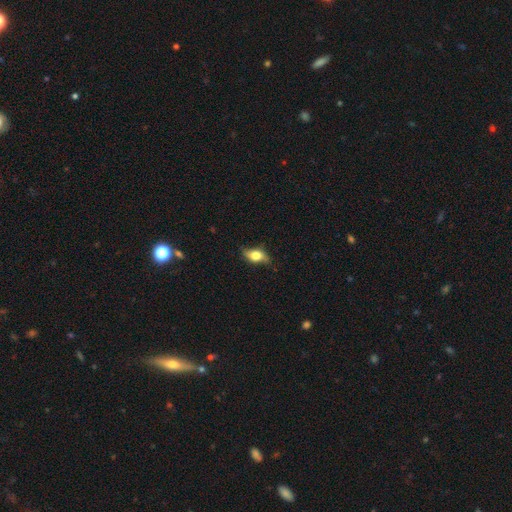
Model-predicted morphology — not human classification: Overall: smooth (58%; featured or disk 34%). How rounded: in between (80%). Merging: none (71%).